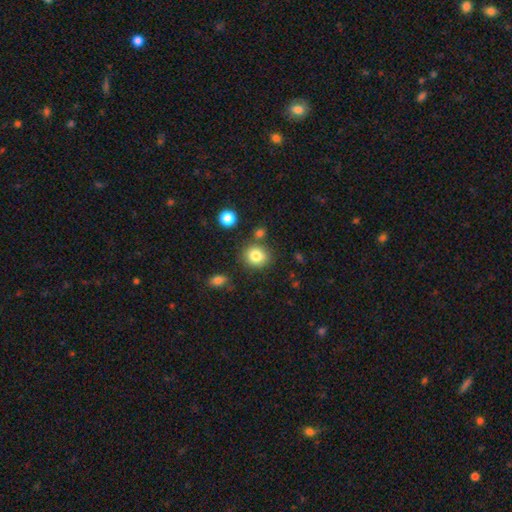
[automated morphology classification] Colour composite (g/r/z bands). It shows a smooth galaxy with no disk features (82%) that is round (77%). Merging: none (78%).